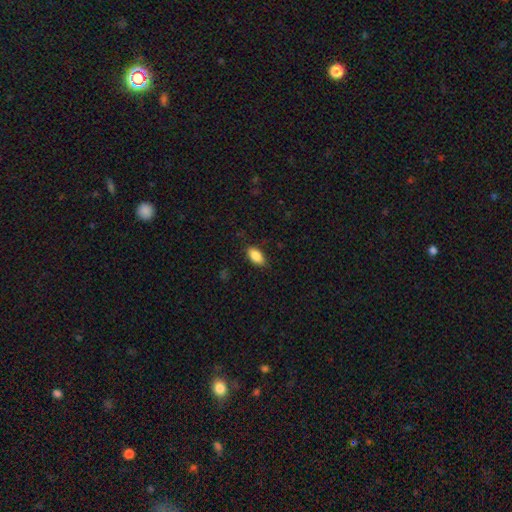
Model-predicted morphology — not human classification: The model was most divided on "merging": none: 83%, minor disturbance: 13%, major disturbance: 3%, merger: 1%. More confident: how rounded — in between (91%); smooth or featured — smooth (87%).